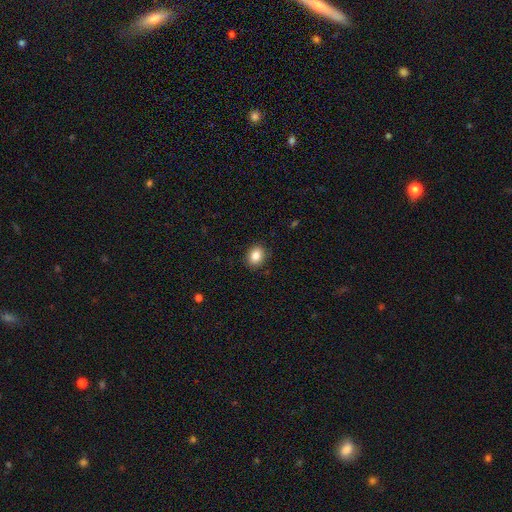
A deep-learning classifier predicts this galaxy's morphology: Overall: smooth (86%). How rounded: in between (56%; round 43%). Merging: none (88%).